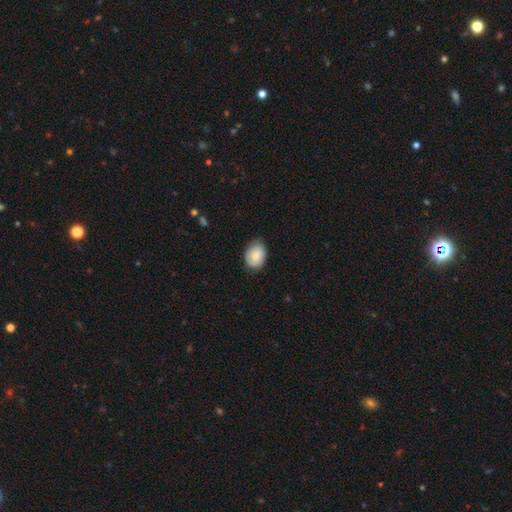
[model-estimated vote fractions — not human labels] smooth-or-featured: smooth: 77% | featured or disk: 16% | star or artifact: 7%
  how-rounded: in between: 78% | round: 21% | cigar-shaped: 1%
  merging: none: 72% | minor disturbance: 22% | major disturbance: 4% | merger: 1%